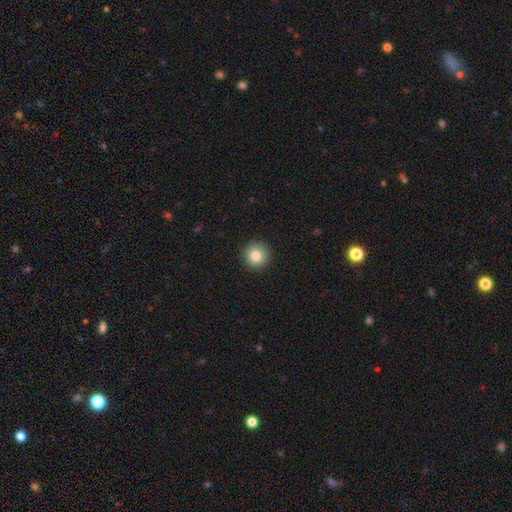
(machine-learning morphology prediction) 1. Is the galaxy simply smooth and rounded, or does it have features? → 84% smooth, 10% star or artifact, 7% featured or disk.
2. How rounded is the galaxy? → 94% round, 5% in between, 1% cigar-shaped.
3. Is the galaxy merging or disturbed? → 91% none, 6% minor disturbance, 2% major disturbance, 1% merger.